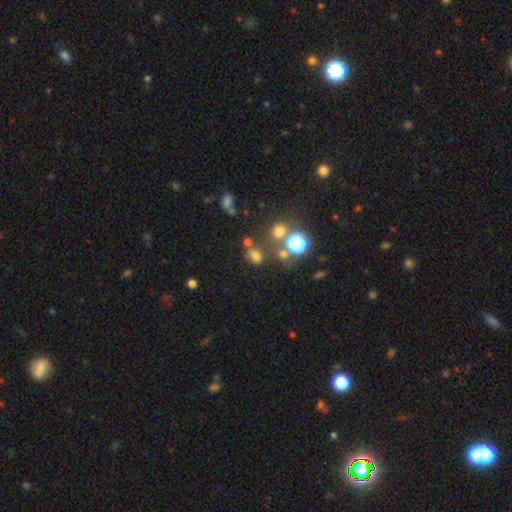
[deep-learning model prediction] smooth 64%, star or artifact 27%, featured or disk 9%. Down the decision tree: how rounded — round (60%); merging — none (60%).